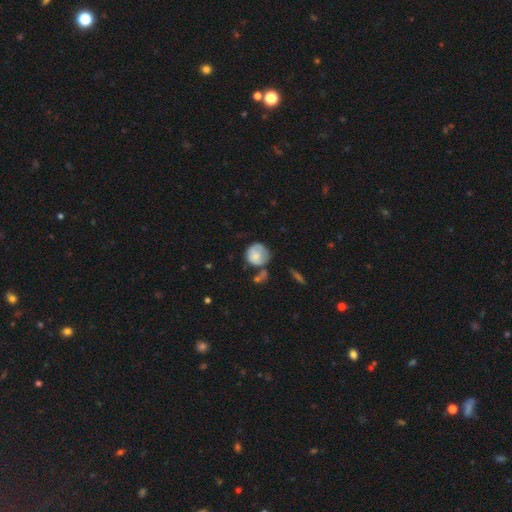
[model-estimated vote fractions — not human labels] Morphology: type=smooth (71%); roundness=round (80%); merging=none (42%).